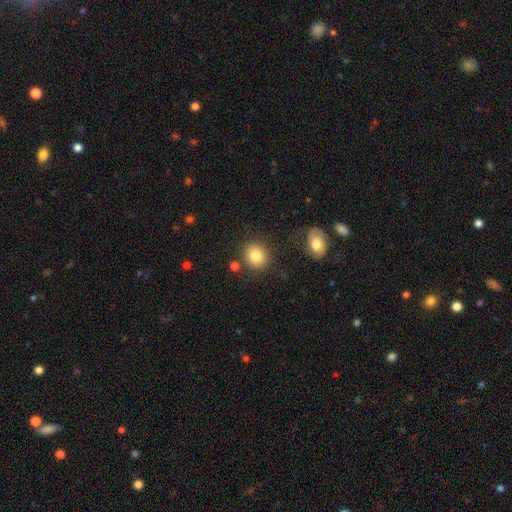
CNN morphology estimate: The model was most divided on "how rounded": round: 76%, in between: 23%, cigar-shaped: 1%. More confident: smooth or featured — smooth (84%); merging — none (82%).